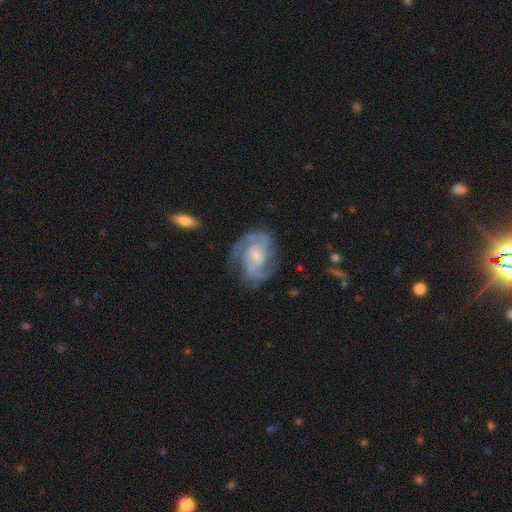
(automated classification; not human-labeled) This is clearly a featured or disk galaxy (88%). It is clearly not viewed edge-on (98%). Bar: possibly no (51%). Spiral arm pattern: clearly yes (97%). Spiral arm count: likely 2 (63%). Spiral winding: possibly medium (51%). Central bulge: likely small (65%). Merging: likely none (71%).